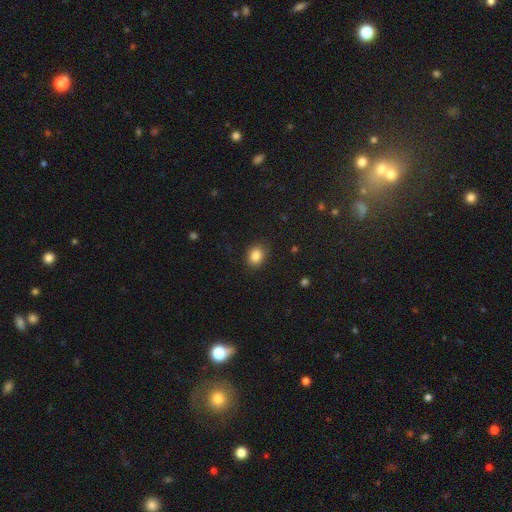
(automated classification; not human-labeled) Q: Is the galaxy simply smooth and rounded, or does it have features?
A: smooth — 85%.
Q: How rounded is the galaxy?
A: round — 51%.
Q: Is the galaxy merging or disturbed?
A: none — 86%.